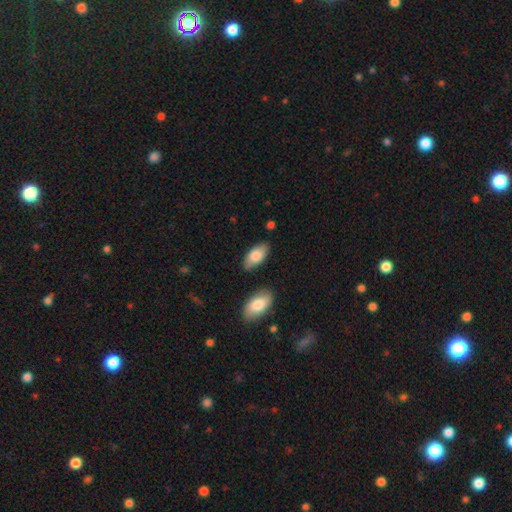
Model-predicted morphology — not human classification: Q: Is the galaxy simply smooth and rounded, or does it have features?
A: smooth — 81%.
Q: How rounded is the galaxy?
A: in between — 92%.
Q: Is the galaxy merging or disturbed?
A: none — 78%.